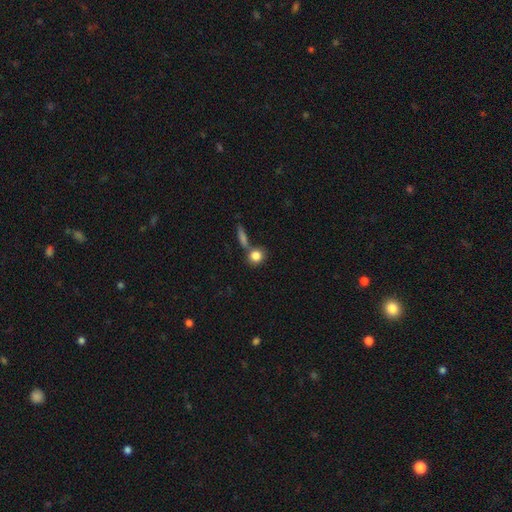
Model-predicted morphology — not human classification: smooth 82%, star or artifact 9%, featured or disk 8%. Down the decision tree: how rounded — round (77%); merging — none (59%).